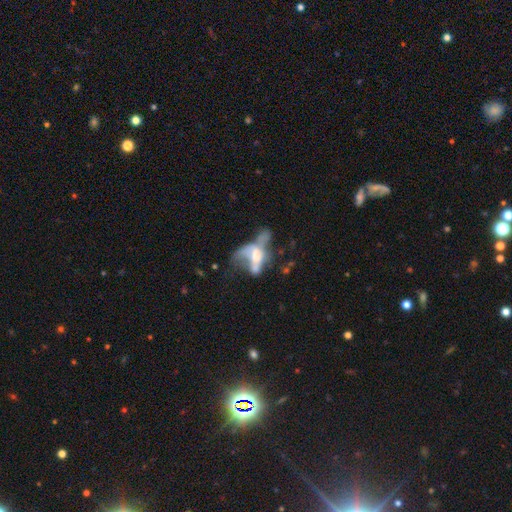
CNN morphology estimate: Smooth or featured?
  - featured or disk: 52% *
  - smooth: 36%
  - star or artifact: 12%
Edge-on disk?
  - no: 88% *
  - yes: 12%
Merging?
  - major disturbance: 41% *
  - merger: 33%
  - none: 14%
  - minor disturbance: 11%